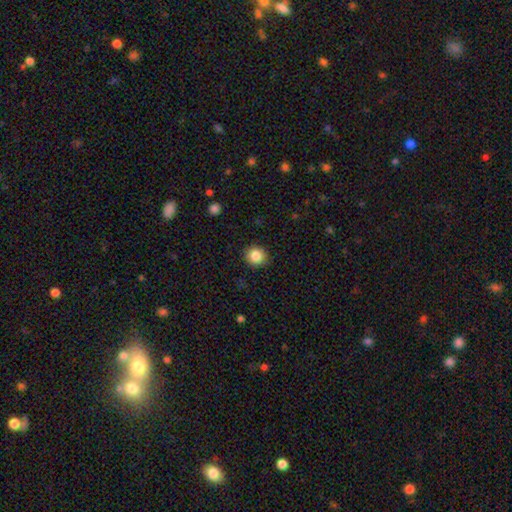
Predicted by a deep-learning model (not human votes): The model was most divided on "smooth or featured": smooth: 85%, star or artifact: 10%, featured or disk: 5%. More confident: merging — none (90%); how rounded — round (88%).